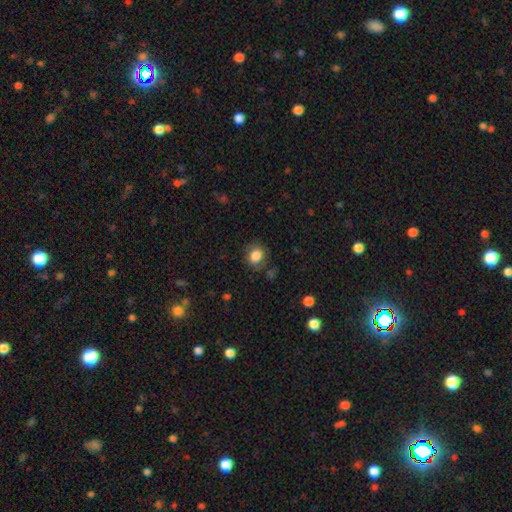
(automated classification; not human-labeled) This is clearly a smooth galaxy (84%). How rounded: likely round (65%). Merging: likely none (76%).